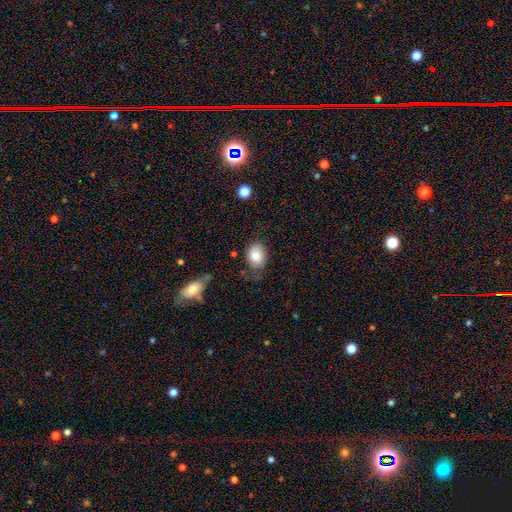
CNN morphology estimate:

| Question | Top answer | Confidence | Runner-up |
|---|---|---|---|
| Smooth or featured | smooth | 83% | featured or disk (9%) |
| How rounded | in between | 64% | round (35%) |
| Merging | none | 62% | minor disturbance (26%) |